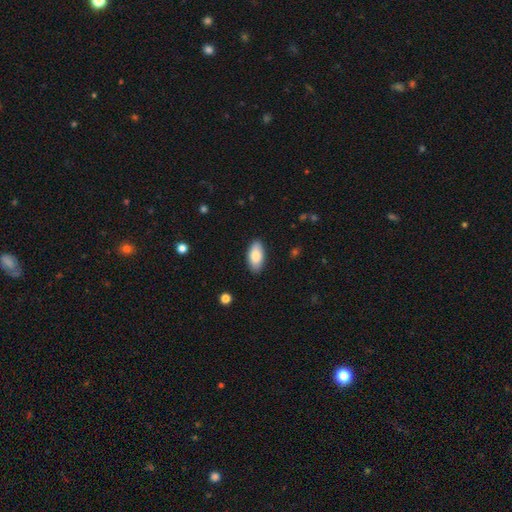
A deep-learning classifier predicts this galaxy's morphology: smooth_or_featured: smooth (p=0.83) [alt: featured or disk p=0.11]
how_rounded: in between (p=0.92) [alt: cigar-shaped p=0.05]
merging: none (p=0.88) [alt: minor disturbance p=0.09]